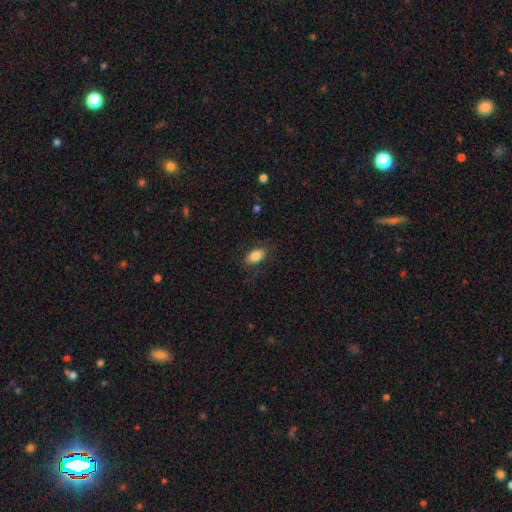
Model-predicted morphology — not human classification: This appears to be a smooth galaxy with no disk features (82%) that is in between round and cigar-shaped (89%). Merging: none (80%).